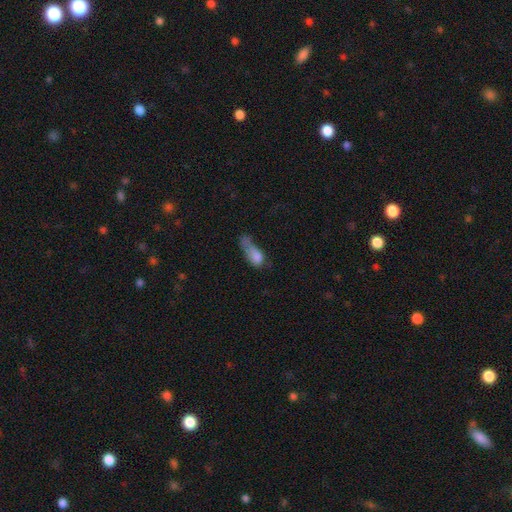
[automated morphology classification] A smooth galaxy with no disk features (73%) that is in between round and cigar-shaped (76%).

Vote fractions:
- Smooth or featured? smooth: 73% / featured or disk: 17% / star or artifact: 10%
- How rounded? in between: 76% / cigar-shaped: 17% / round: 7%
- Merging? major disturbance: 45% / minor disturbance: 22% / none: 17% / merger: 16%